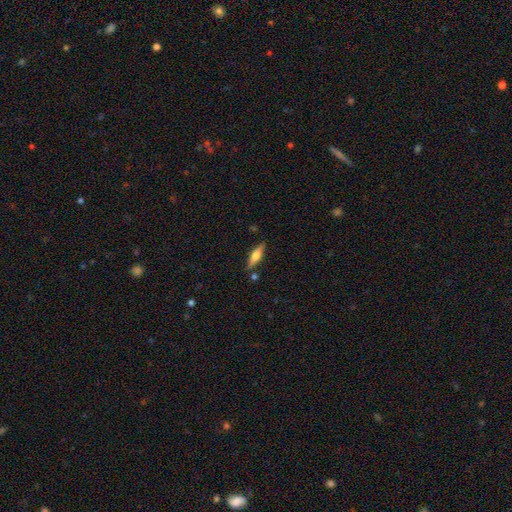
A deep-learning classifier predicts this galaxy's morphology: Smooth or featured? featured or disk (48%)
Merging? none (83%)